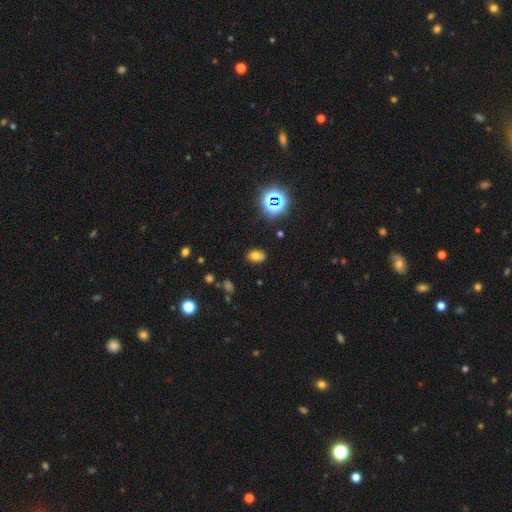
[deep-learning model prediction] Overall: smooth (67%). How rounded: in between (72%). Merging: none (71%).